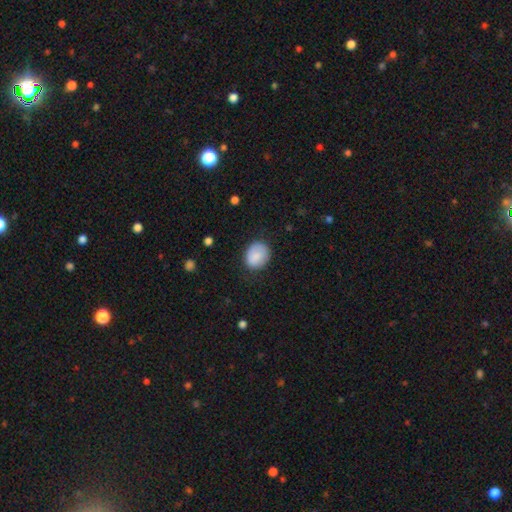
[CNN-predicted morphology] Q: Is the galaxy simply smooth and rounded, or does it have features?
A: smooth — 85%.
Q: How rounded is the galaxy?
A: round — 57%.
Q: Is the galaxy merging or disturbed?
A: none — 75%.